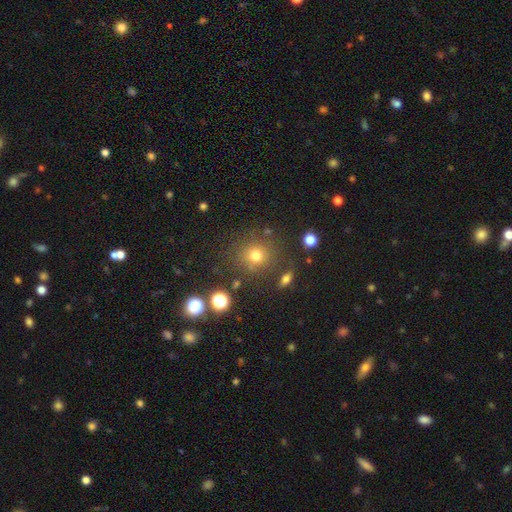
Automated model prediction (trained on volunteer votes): Smooth or featured? smooth (74%)
How rounded? round (88%)
Merging? none (80%)